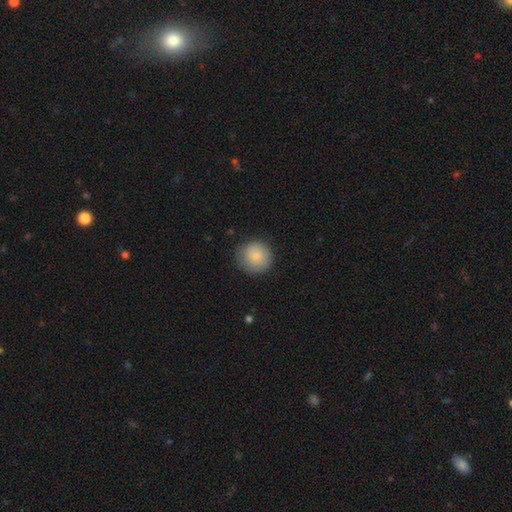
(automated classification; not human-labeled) smooth-or-featured: smooth: 83% | featured or disk: 10% | star or artifact: 7%
  how-rounded: round: 93% | in between: 6% | cigar-shaped: 1%
  merging: none: 80% | minor disturbance: 15% | major disturbance: 4% | merger: 1%